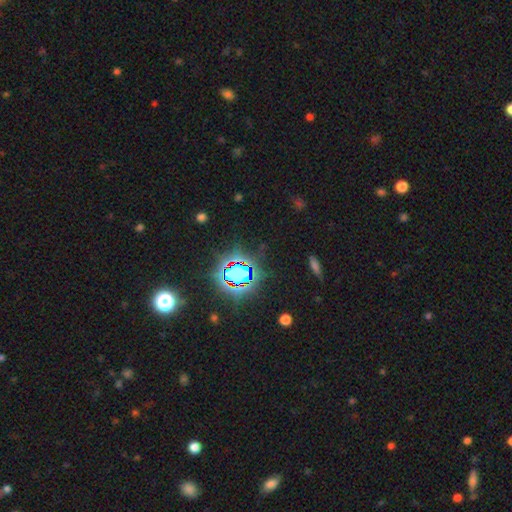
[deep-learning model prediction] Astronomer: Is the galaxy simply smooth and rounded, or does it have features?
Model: star or artifact — 79%.